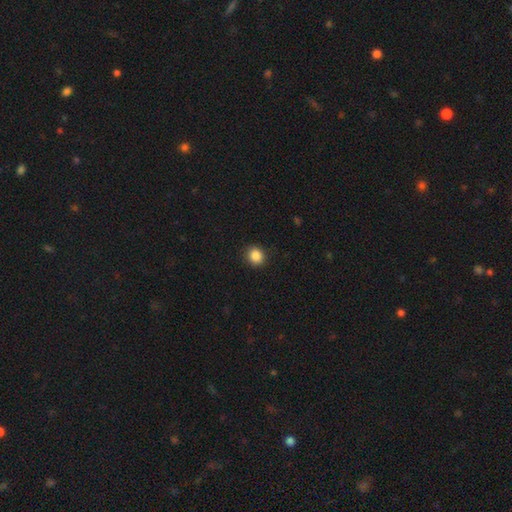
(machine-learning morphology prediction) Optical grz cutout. It shows a smooth galaxy with no disk features (87%) that is round (79%). Merging: none (91%).